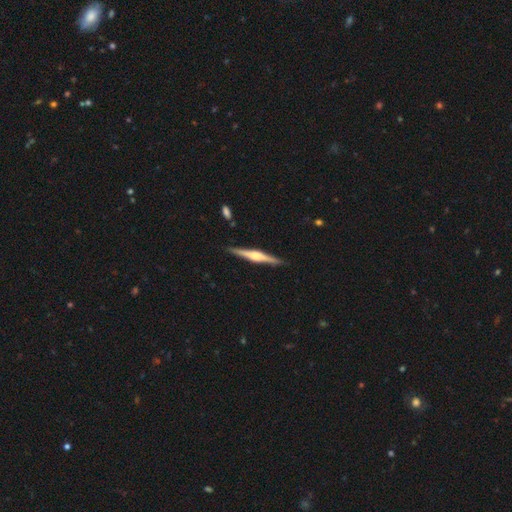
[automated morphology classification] Overall: featured or disk (78%). Edge-on disk: yes (98%). Edge-on bulge: rounded (83%). Merging: none (90%).